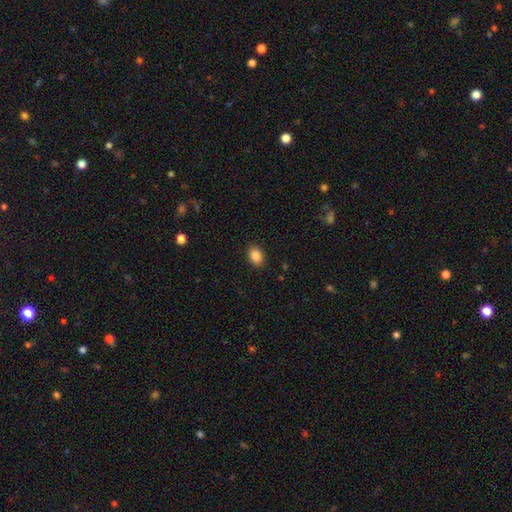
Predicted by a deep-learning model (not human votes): smooth-or-featured: smooth: 87% | star or artifact: 9% | featured or disk: 5%
  how-rounded: in between: 78% | round: 21% | cigar-shaped: 1%
  merging: none: 90% | minor disturbance: 7% | major disturbance: 2% | merger: 1%